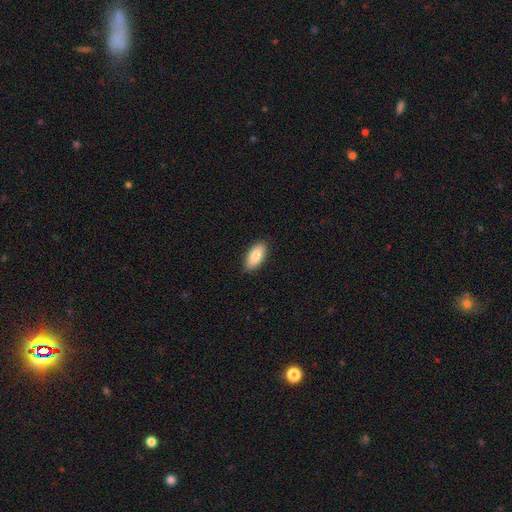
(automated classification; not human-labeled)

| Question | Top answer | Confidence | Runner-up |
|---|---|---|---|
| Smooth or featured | smooth | 86% | featured or disk (8%) |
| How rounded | in between | 88% | cigar-shaped (9%) |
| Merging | none | 88% | minor disturbance (10%) |